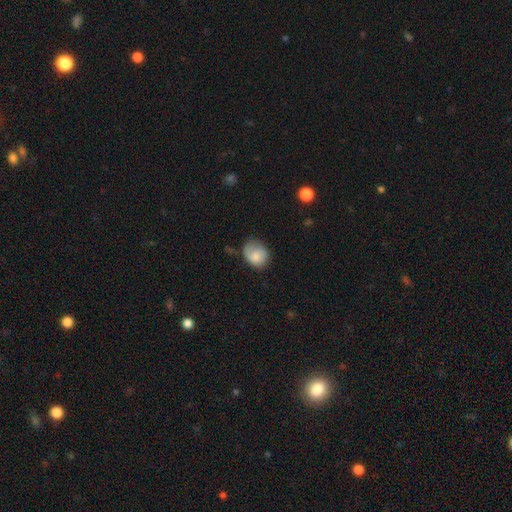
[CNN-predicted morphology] smooth_or_featured: smooth (p=0.78) [alt: featured or disk p=0.14]
how_rounded: round (p=0.56) [alt: in between p=0.43]
merging: none (p=0.51) [alt: minor disturbance p=0.34]